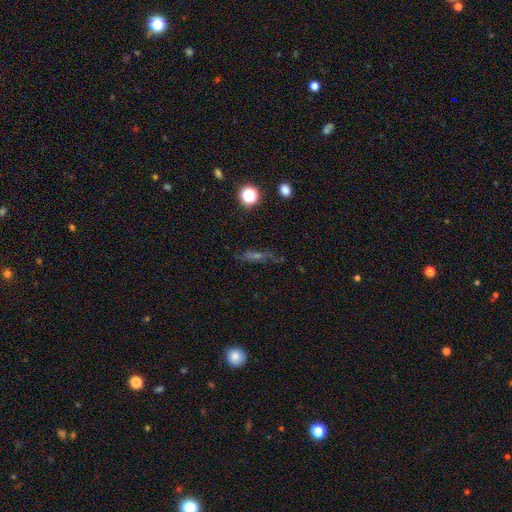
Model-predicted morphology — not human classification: Smooth or featured? Predicted: featured or disk (p=0.39). Merging? Predicted: none (p=0.75).